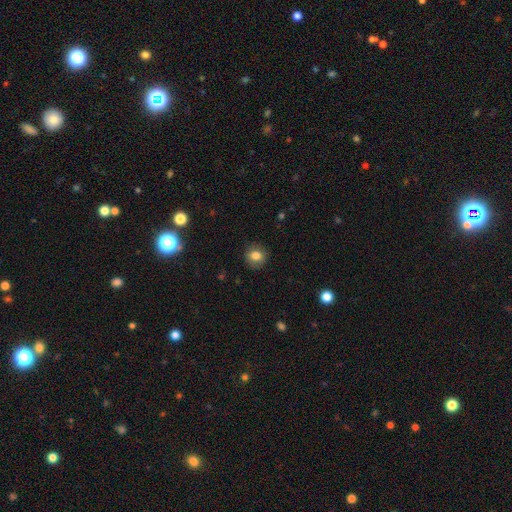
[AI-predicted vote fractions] Morphology: type=smooth (80%); roundness=round (82%); merging=none (87%).